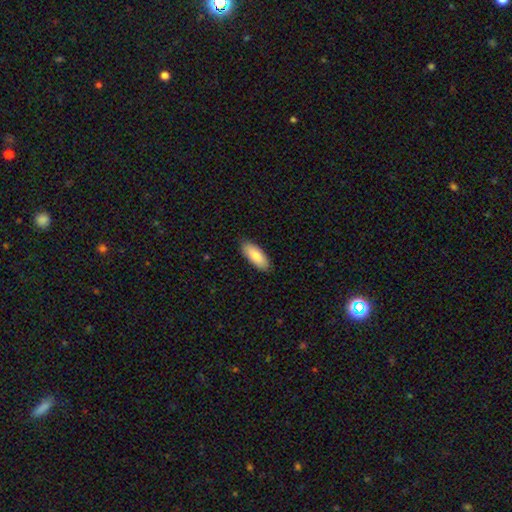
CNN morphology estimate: smooth_or_featured: smooth (p=0.84) [alt: featured or disk p=0.11]
how_rounded: in between (p=0.81) [alt: cigar-shaped p=0.18]
merging: none (p=0.88) [alt: minor disturbance p=0.10]